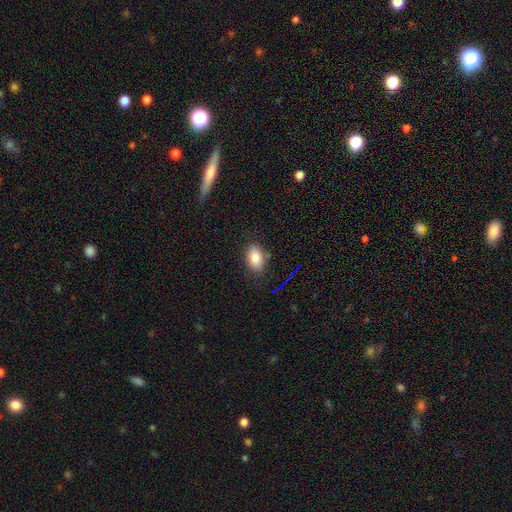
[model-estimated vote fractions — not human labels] Smooth or featured: smooth — 82% (featured or disk — 9%)
How rounded: in between — 89% (round — 9%)
Merging: none — 81% (minor disturbance — 13%)